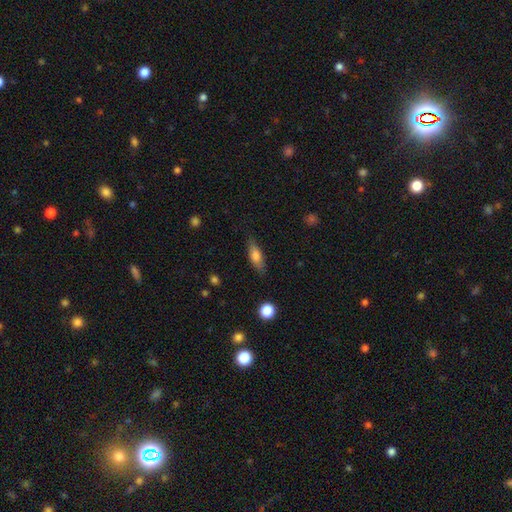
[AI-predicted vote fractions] The model was most divided on "how rounded": in between: 63%, cigar-shaped: 34%, round: 4%. More confident: merging — none (80%); smooth or featured — smooth (70%).